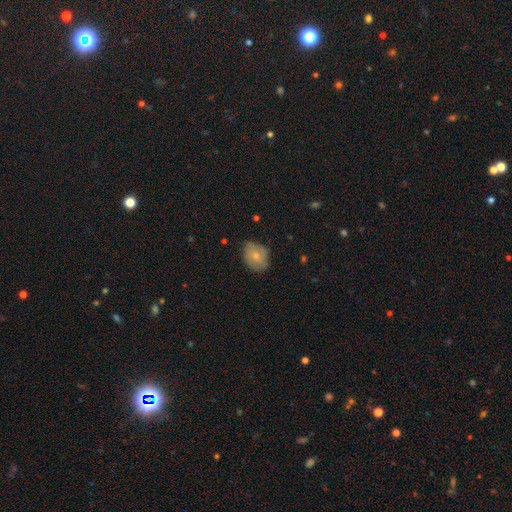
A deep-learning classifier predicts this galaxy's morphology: Smooth or featured?
  - smooth: 63% *
  - featured or disk: 30%
  - star or artifact: 7%
How rounded?
  - round: 52% *
  - in between: 47%
  - cigar-shaped: 1%
Merging?
  - none: 66% *
  - minor disturbance: 27%
  - major disturbance: 6%
  - merger: 1%